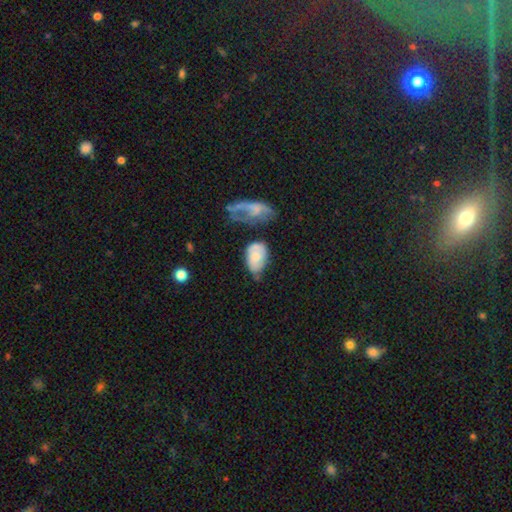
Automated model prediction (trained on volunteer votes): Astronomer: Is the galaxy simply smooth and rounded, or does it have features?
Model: smooth — 58% (runner-up: featured or disk, 35%).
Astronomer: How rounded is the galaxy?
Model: in between — 87%.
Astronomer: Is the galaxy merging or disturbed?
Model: minor disturbance — 32% (runner-up: none, 31%).